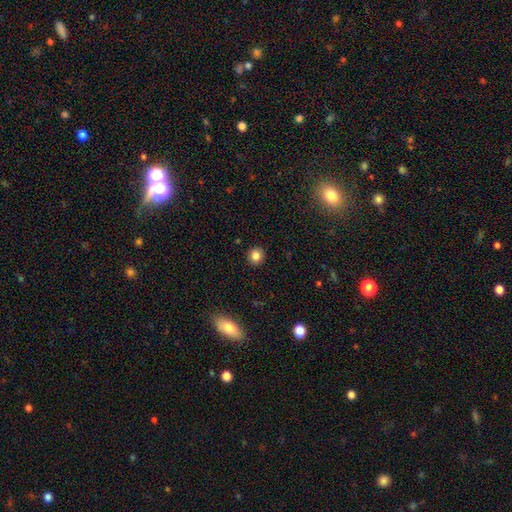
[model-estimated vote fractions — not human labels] The model was most divided on "smooth or featured": smooth: 83%, star or artifact: 11%, featured or disk: 6%. More confident: merging — none (92%); how rounded — round (91%).